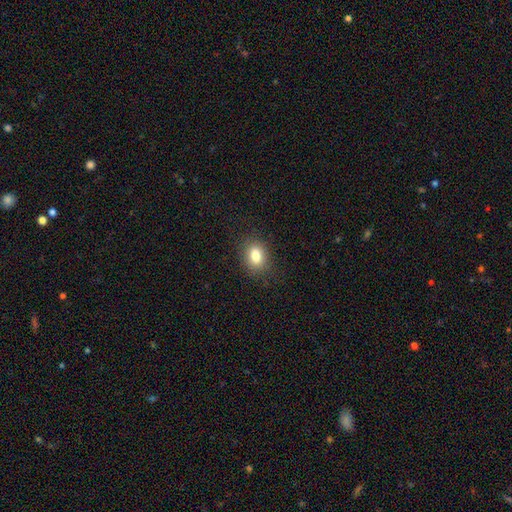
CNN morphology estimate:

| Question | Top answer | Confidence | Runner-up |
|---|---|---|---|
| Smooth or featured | smooth | 83% | star or artifact (10%) |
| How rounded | in between | 72% | round (27%) |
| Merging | none | 84% | minor disturbance (11%) |